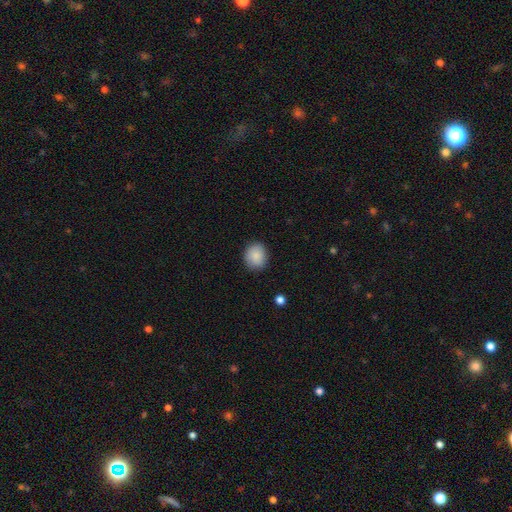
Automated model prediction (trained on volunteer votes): This appears to be a smooth galaxy with no disk features (88%) that is round (64%). Merging: none (86%).